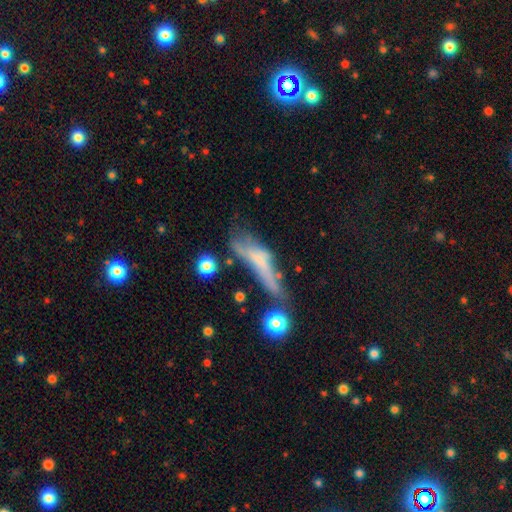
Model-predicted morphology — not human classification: featured or disk 46%, smooth 42%, star or artifact 12%. Down the decision tree: merging — none (31%).